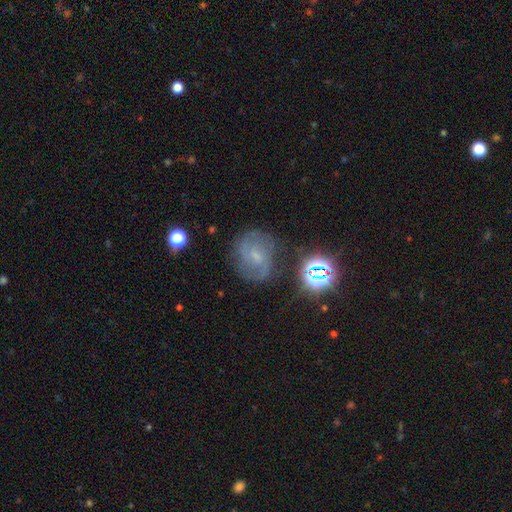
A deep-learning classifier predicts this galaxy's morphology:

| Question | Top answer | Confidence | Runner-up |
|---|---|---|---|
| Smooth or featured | featured or disk | 65% | star or artifact (18%) |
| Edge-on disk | no | 97% | yes (3%) |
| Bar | weak | 48% | no (40%) |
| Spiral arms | yes | 93% | no (7%) |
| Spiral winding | medium | 45% | tight (41%) |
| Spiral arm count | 2 | 54% | can't tell (23%) |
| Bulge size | small | 67% | moderate (24%) |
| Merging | none | 78% | minor disturbance (13%) |